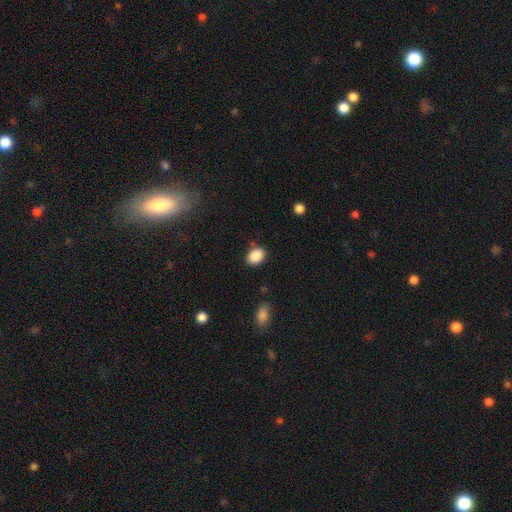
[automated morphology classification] Smooth or featured? smooth (88%)
How rounded? in between (75%)
Merging? none (80%)